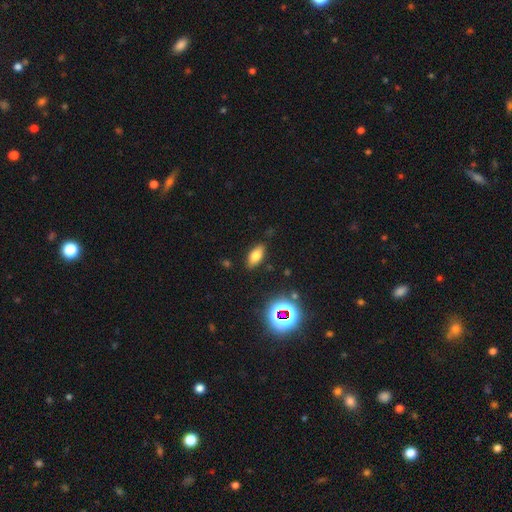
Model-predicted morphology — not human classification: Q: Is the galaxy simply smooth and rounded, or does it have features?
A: smooth — 72%.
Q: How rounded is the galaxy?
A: in between — 86%.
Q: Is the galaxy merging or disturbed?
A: none — 86%.